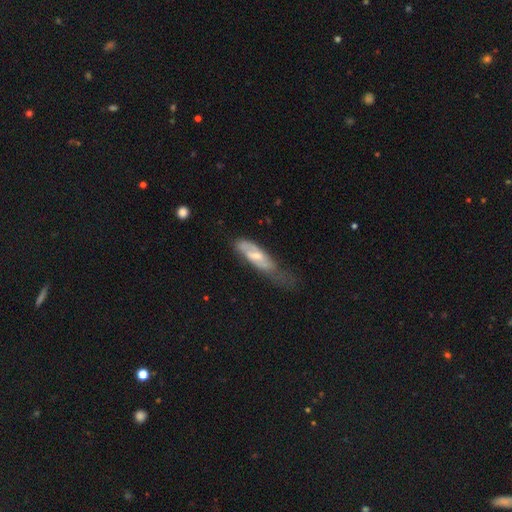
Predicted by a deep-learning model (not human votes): Smooth or featured? featured or disk (54%)
Edge-on disk? no (76%)
Merging? minor disturbance (34%)